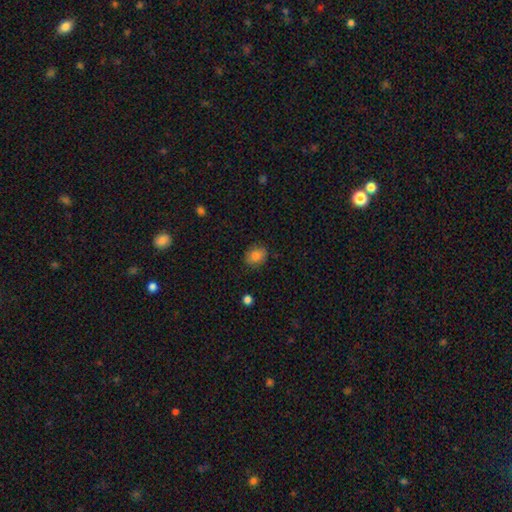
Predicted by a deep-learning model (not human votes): A smooth galaxy with no disk features (82%) that is round (50%).

Vote fractions:
- Smooth or featured? smooth: 82% / star or artifact: 9% / featured or disk: 8%
- How rounded? round: 50% / in between: 49% / cigar-shaped: 1%
- Merging? none: 83% / minor disturbance: 13% / major disturbance: 3% / merger: 1%